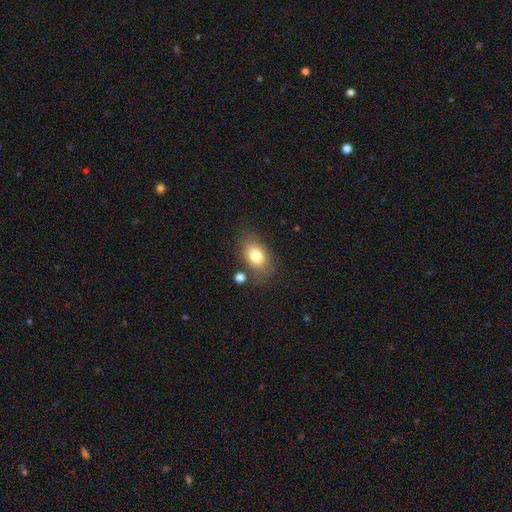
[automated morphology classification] The model was most divided on "merging": none: 74%, minor disturbance: 15%, merger: 6%, major disturbance: 5%. More confident: how rounded — in between (84%); smooth or featured — smooth (78%).